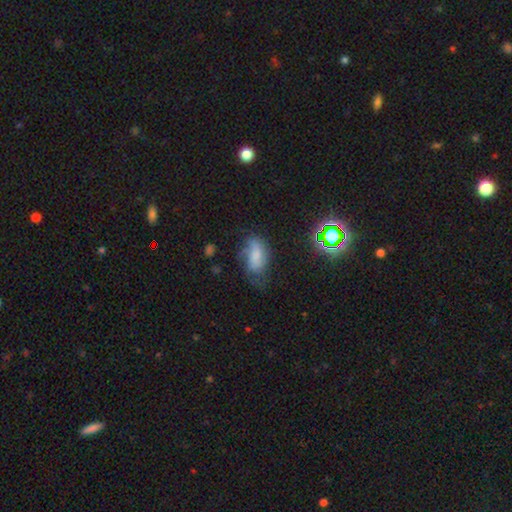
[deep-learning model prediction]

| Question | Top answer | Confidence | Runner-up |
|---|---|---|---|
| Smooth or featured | smooth | 58% | featured or disk (28%) |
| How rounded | in between | 89% | round (7%) |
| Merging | none | 39% | minor disturbance (31%) |